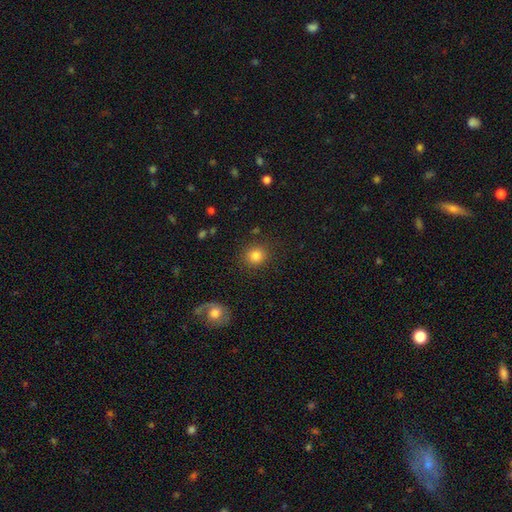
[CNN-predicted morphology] The model was most divided on "how rounded": round: 83%, in between: 16%, cigar-shaped: 1%. More confident: merging — none (86%); smooth or featured — smooth (84%).